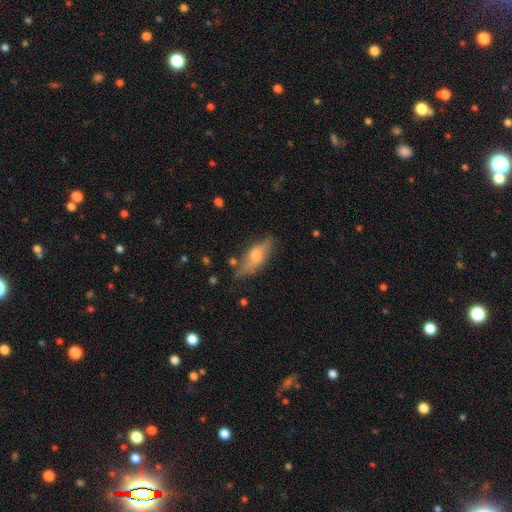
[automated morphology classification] This is possibly a featured or disk galaxy (49%). Merging: likely none (75%).